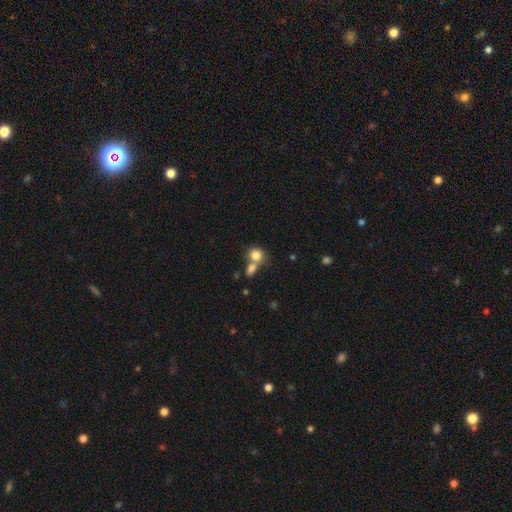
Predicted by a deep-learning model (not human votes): A smooth galaxy with no disk features (81%) that is round (68%).

Vote fractions:
- Smooth or featured? smooth: 81% / star or artifact: 10% / featured or disk: 9%
- How rounded? round: 68% / in between: 31% / cigar-shaped: 1%
- Merging? merger: 51% / none: 37% / minor disturbance: 8% / major disturbance: 4%